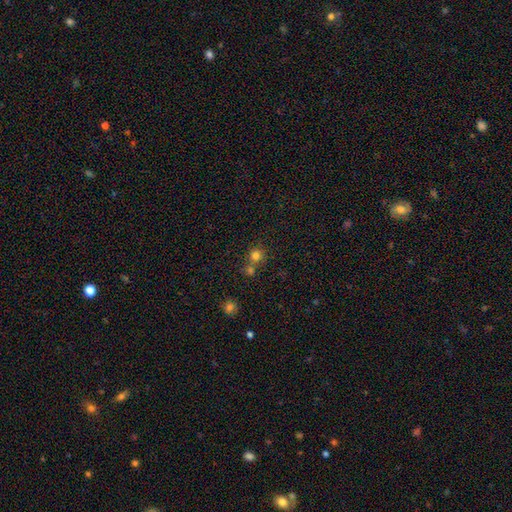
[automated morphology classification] Smooth or featured? Predicted: smooth (p=0.78). How rounded? Predicted: round (p=0.91). Merging? Predicted: none (p=0.60).